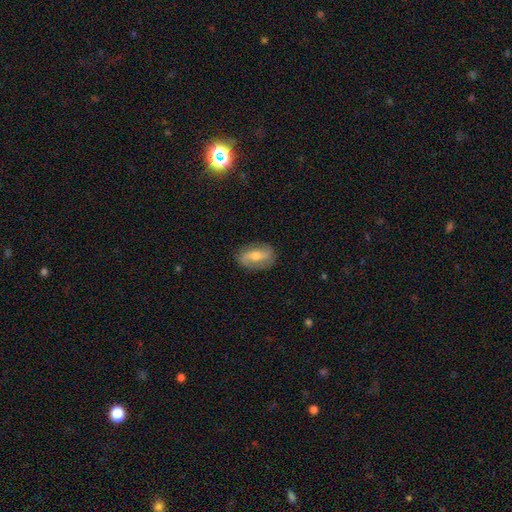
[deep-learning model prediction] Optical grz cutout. It shows a featured or disk galaxy (60%) with a weak bar (36%), spiral arms (76%) and a moderate central bulge (60%). Merging: none (81%).